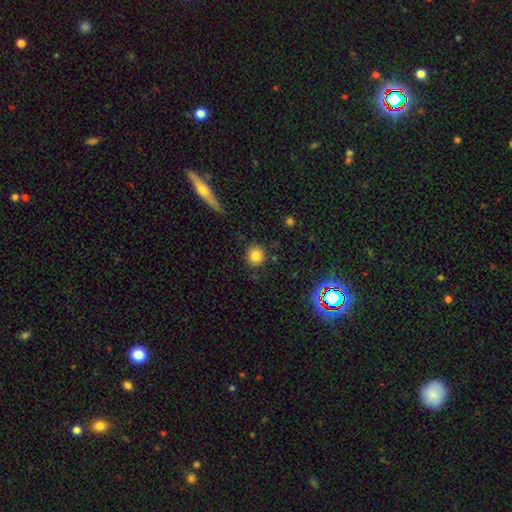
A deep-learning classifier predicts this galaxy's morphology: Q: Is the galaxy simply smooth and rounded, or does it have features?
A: smooth — 81%.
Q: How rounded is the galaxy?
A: round — 85%.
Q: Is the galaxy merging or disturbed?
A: none — 82%.